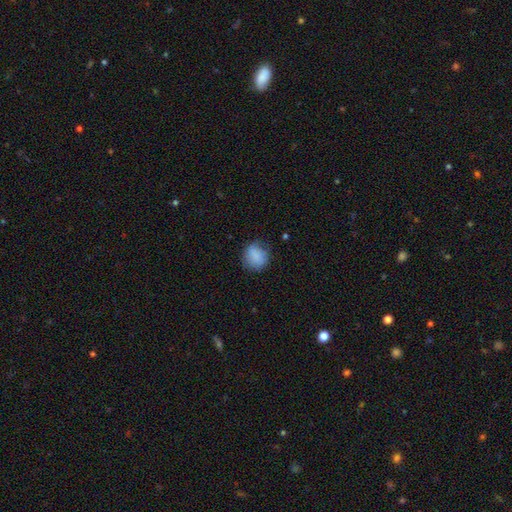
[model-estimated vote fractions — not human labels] The model was most divided on "how rounded": round: 71%, in between: 27%, cigar-shaped: 1%. More confident: smooth or featured — smooth (85%); merging — none (69%).